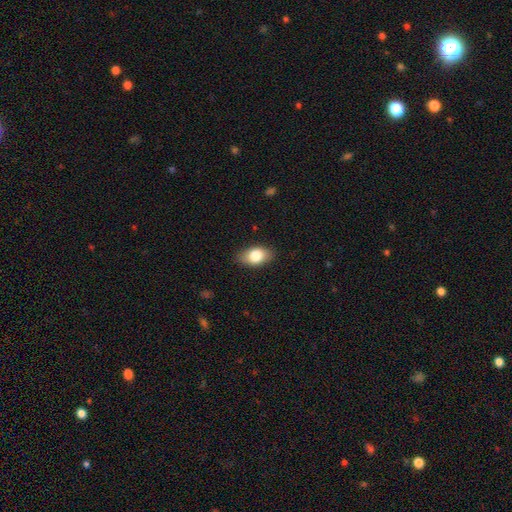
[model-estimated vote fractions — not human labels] smooth-or-featured: smooth: 80% | featured or disk: 13% | star or artifact: 7%
  how-rounded: in between: 89% | round: 8% | cigar-shaped: 3%
  merging: none: 85% | minor disturbance: 11% | major disturbance: 3% | merger: 1%